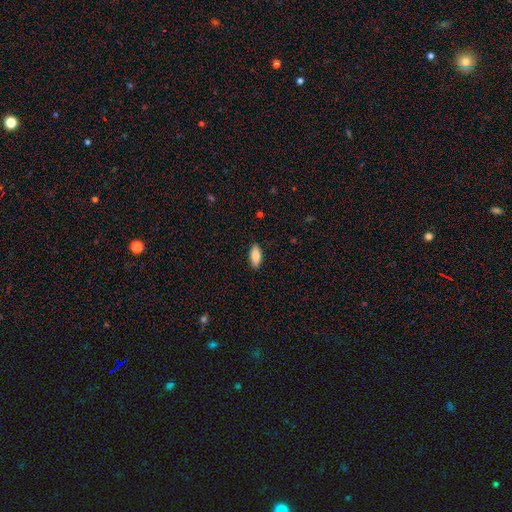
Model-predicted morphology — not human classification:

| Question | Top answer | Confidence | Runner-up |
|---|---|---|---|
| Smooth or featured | smooth | 85% | featured or disk (9%) |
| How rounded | in between | 83% | cigar-shaped (15%) |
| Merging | none | 89% | minor disturbance (8%) |